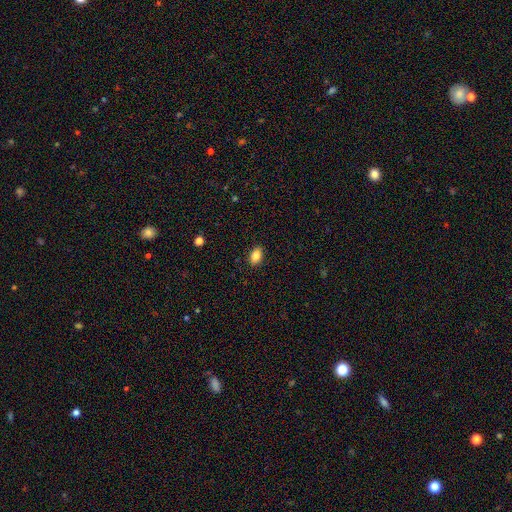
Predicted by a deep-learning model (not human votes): The model was most divided on "how rounded": in between: 87%, round: 11%, cigar-shaped: 2%. More confident: merging — none (89%); smooth or featured — smooth (86%).